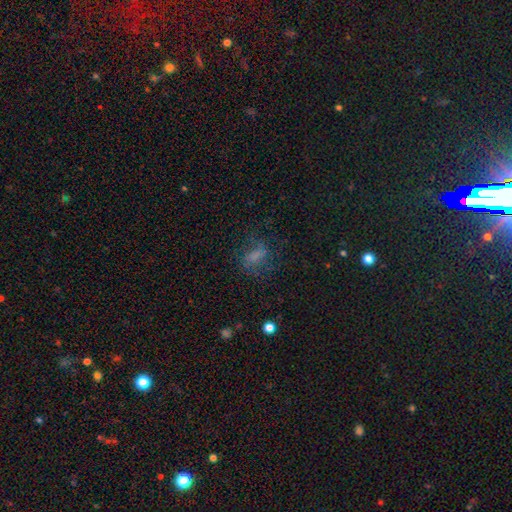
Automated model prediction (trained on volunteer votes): Morphology: type=smooth (59%); roundness=in between (67%); merging=none (61%).